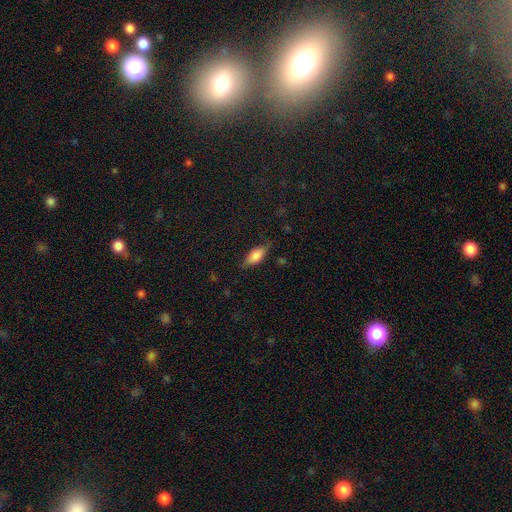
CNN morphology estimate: Smooth or featured?
  - smooth: 75% *
  - featured or disk: 18%
  - star or artifact: 7%
How rounded?
  - in between: 81% *
  - cigar-shaped: 16%
  - round: 3%
Merging?
  - none: 73% *
  - minor disturbance: 20%
  - major disturbance: 5%
  - merger: 1%